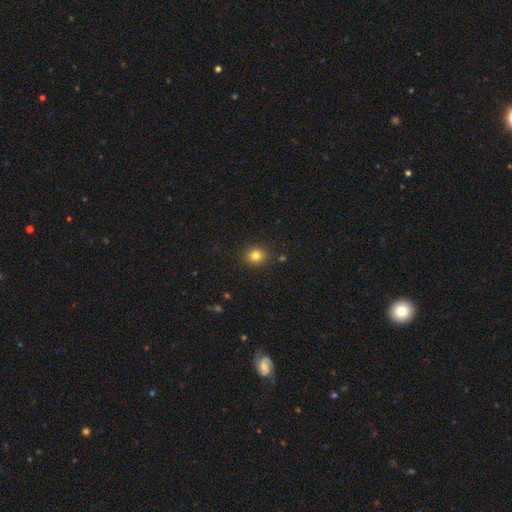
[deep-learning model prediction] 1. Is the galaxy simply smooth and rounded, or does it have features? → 80% smooth, 13% star or artifact, 7% featured or disk.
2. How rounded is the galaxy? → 85% round, 14% in between, 1% cigar-shaped.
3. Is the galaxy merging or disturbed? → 90% none, 6% minor disturbance, 2% major disturbance, 2% merger.